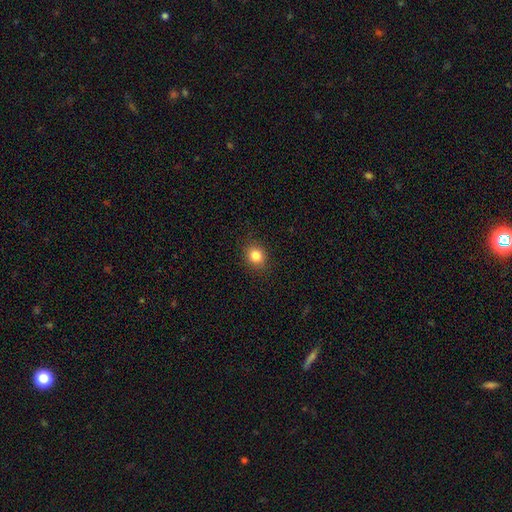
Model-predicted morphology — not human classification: Smooth or featured? Predicted: smooth (p=0.84). How rounded? Predicted: round (p=0.70). Merging? Predicted: none (p=0.89).